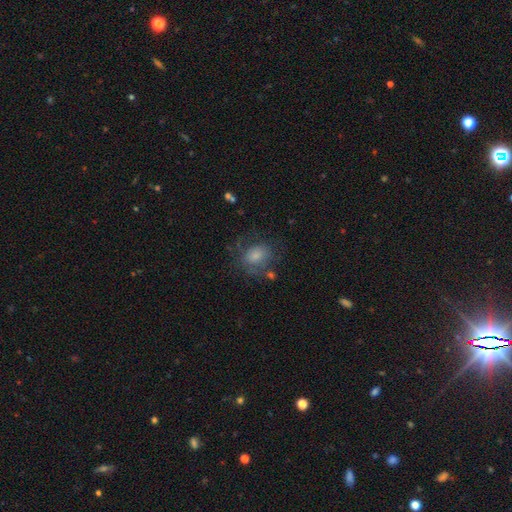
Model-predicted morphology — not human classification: type=smooth (64%); roundness=in between (57%); merging=none (51%).